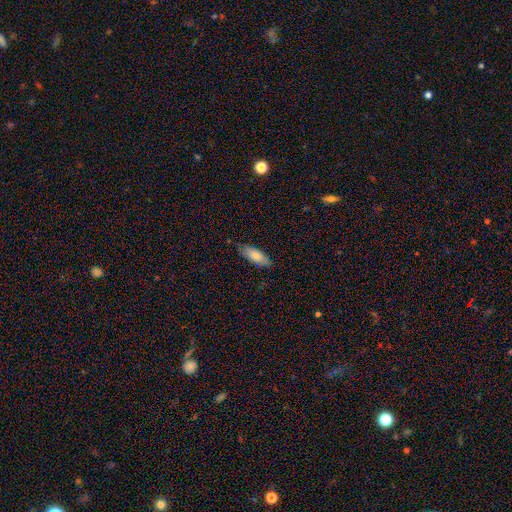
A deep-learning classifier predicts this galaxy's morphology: smooth 77%, featured or disk 17%, star or artifact 6%. Down the decision tree: how rounded — in between (75%); merging — none (80%).